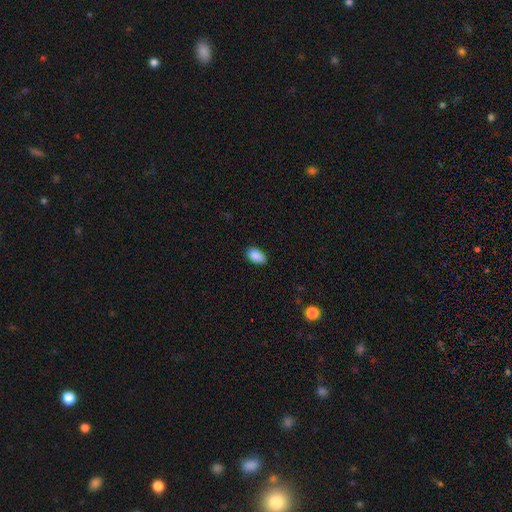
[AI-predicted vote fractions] Q: Smooth or featured?
A: smooth (88%); runner-up: star or artifact (8%)
Q: How rounded?
A: in between (91%); runner-up: round (7%)
Q: Merging?
A: none (74%); runner-up: minor disturbance (22%)